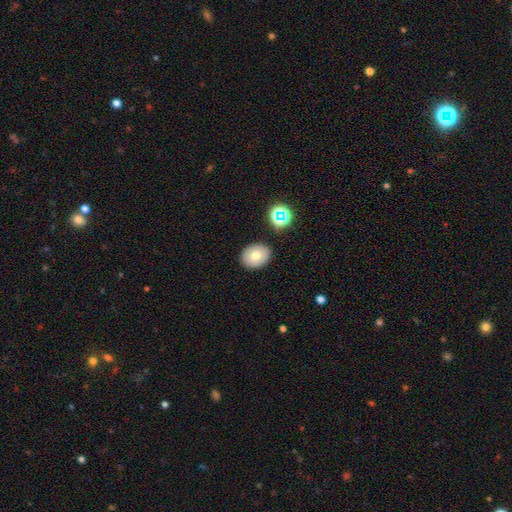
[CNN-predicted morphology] smooth 71%, featured or disk 18%, star or artifact 10%. Down the decision tree: how rounded — in between (56%); merging — none (86%).